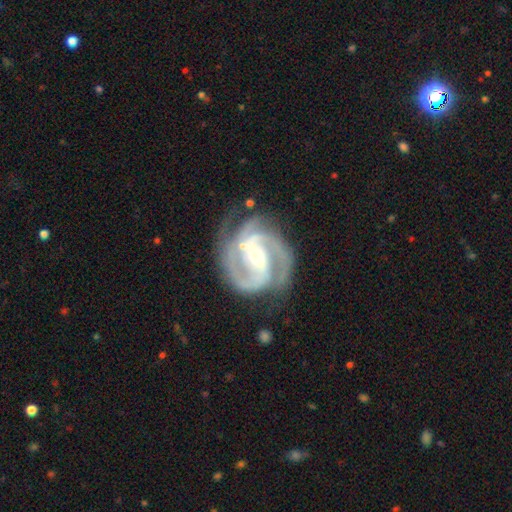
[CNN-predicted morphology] Overall: featured or disk (93%). Edge-on disk: no (98%). Bar: weak (39%; strong 31%). Spiral arms: yes (99%). Spiral arm count: 3 (43%; 2 38%). Spiral winding: tight (53%; medium 42%). Bulge size: moderate (51%; small 46%). Merging: none (71%).